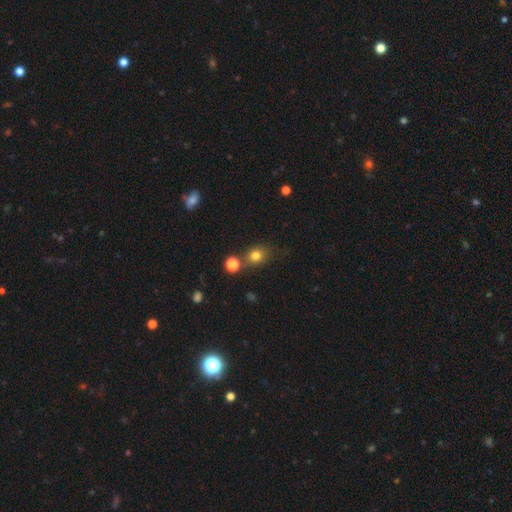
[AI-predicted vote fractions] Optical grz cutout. It shows a smooth galaxy with no disk features (77%) that is round (70%). Merging: none (65%).